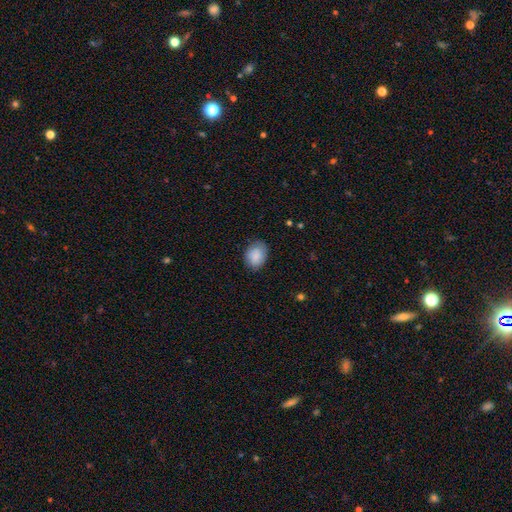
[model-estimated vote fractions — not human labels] smooth_or_featured: smooth (p=0.87) [alt: star or artifact p=0.07]
how_rounded: in between (p=0.65) [alt: round p=0.34]
merging: none (p=0.80) [alt: minor disturbance p=0.15]